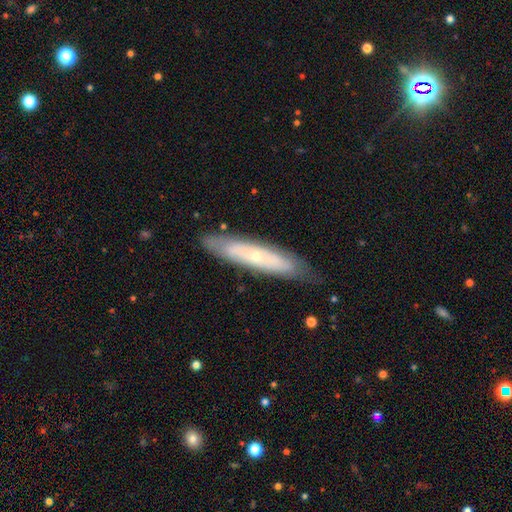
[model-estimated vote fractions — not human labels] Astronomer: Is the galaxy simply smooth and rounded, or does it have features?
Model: featured or disk — 59%.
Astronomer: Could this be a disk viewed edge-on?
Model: no — 55% (runner-up: yes, 45%).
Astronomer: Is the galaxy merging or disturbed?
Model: none — 78%.